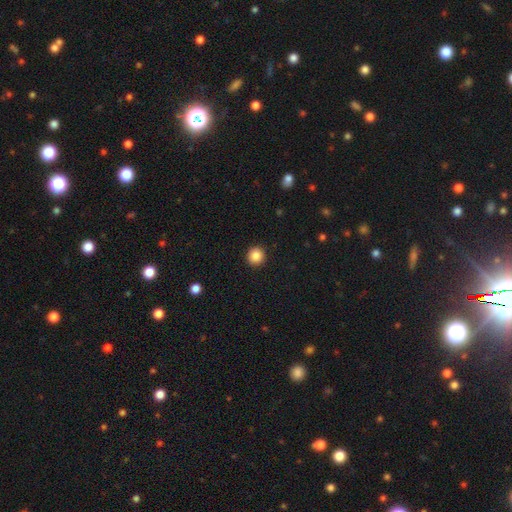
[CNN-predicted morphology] Smooth or featured? smooth (86%)
How rounded? round (93%)
Merging? none (93%)